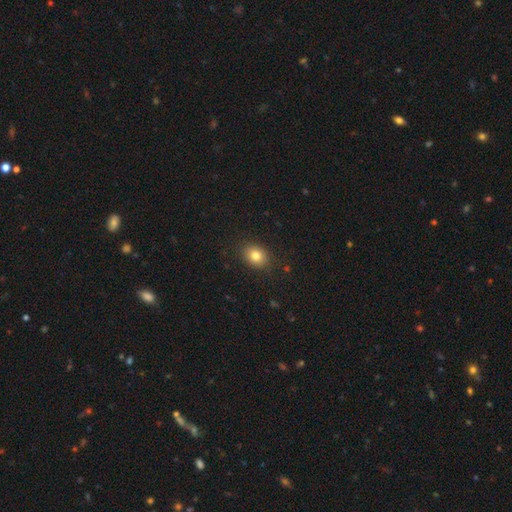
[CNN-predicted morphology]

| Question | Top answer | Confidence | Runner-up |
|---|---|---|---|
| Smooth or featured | smooth | 81% | star or artifact (10%) |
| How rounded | in between | 55% | round (44%) |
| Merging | none | 87% | minor disturbance (9%) |